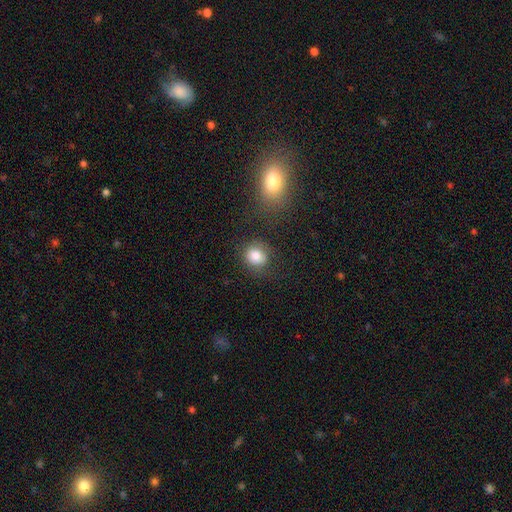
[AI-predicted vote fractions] Morphology: type=smooth (83%); roundness=round (79%); merging=none (77%).